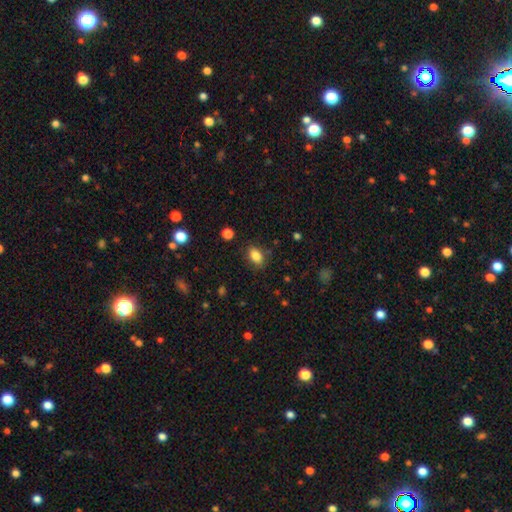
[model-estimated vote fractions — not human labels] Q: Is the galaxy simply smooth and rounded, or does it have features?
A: smooth — 85%.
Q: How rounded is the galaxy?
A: in between — 84%.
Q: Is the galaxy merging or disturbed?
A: none — 83%.